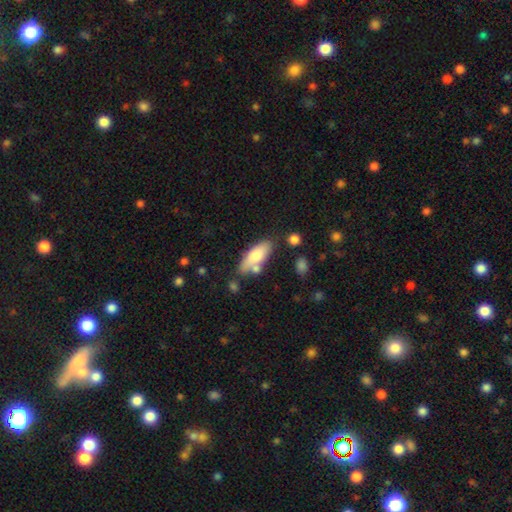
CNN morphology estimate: The model was most divided on "merging": none: 63%, minor disturbance: 18%, merger: 14%, major disturbance: 5%. More confident: smooth or featured — smooth (72%); how rounded — in between (72%).